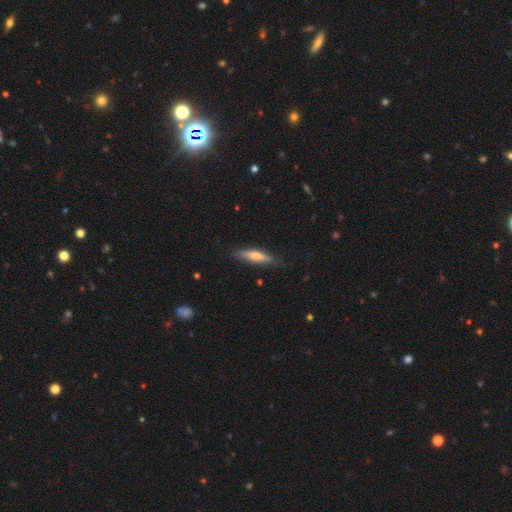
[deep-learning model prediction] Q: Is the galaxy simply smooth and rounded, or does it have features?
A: smooth — 54%.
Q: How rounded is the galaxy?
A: cigar-shaped — 82%.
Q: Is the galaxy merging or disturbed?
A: none — 82%.